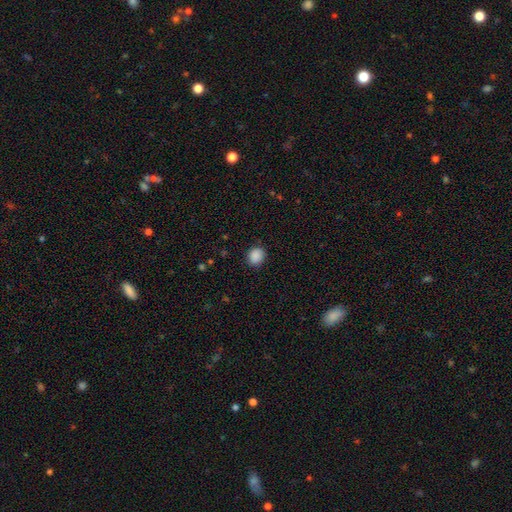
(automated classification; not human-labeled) Q: Smooth or featured?
A: smooth (89%); runner-up: star or artifact (9%)
Q: How rounded?
A: round (65%); runner-up: in between (34%)
Q: Merging?
A: none (87%); runner-up: minor disturbance (10%)